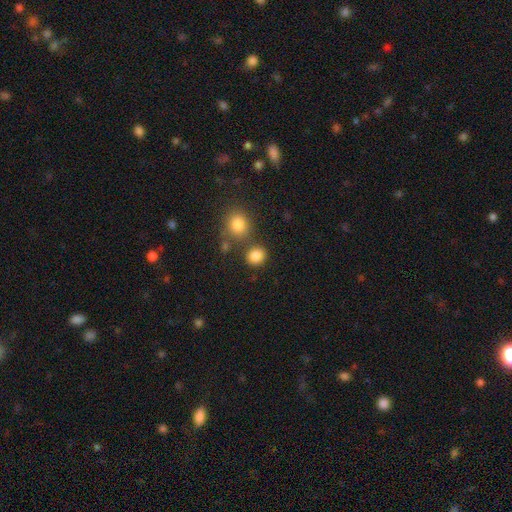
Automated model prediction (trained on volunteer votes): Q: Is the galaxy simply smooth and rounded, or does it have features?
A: smooth — 84%.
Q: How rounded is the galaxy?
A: round — 81%.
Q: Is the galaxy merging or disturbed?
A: none — 73%.